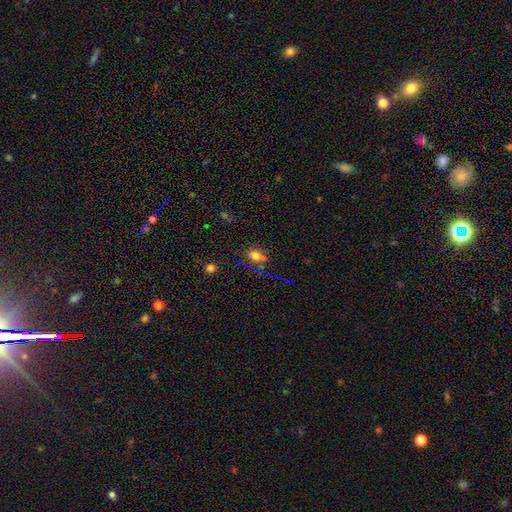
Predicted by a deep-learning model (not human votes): A smooth galaxy with no disk features (65%) that is round (60%). Merging: none (68%).